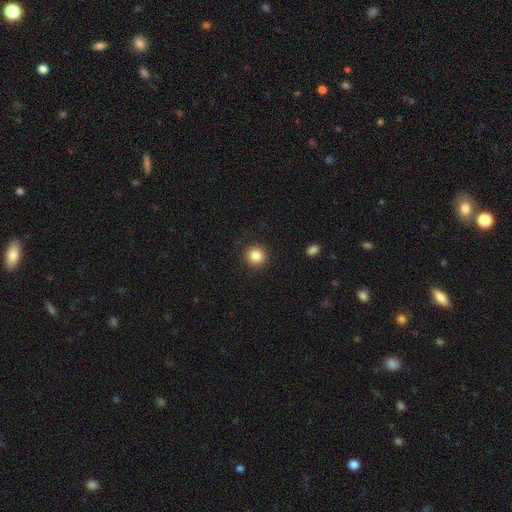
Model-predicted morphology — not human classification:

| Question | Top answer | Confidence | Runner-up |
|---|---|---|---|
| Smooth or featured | smooth | 85% | star or artifact (10%) |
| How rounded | round | 94% | in between (5%) |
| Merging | none | 92% | minor disturbance (5%) |